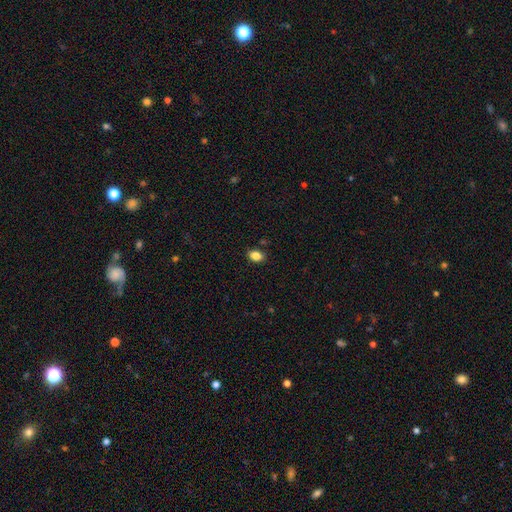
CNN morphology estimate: smooth 86%, star or artifact 10%, featured or disk 4%. Down the decision tree: how rounded — in between (77%); merging — none (85%).